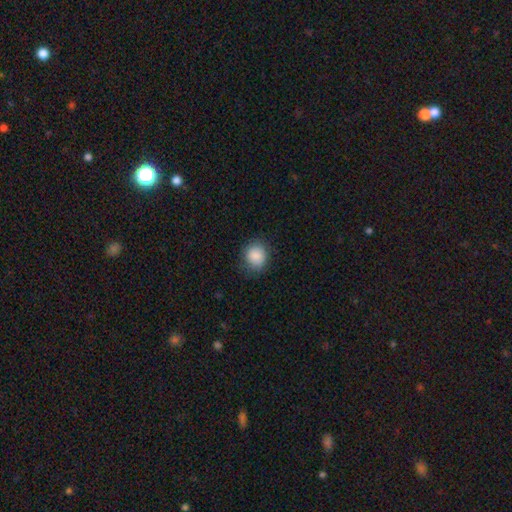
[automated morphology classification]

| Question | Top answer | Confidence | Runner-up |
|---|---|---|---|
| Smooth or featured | smooth | 87% | star or artifact (8%) |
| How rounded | round | 81% | in between (19%) |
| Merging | none | 82% | minor disturbance (13%) |